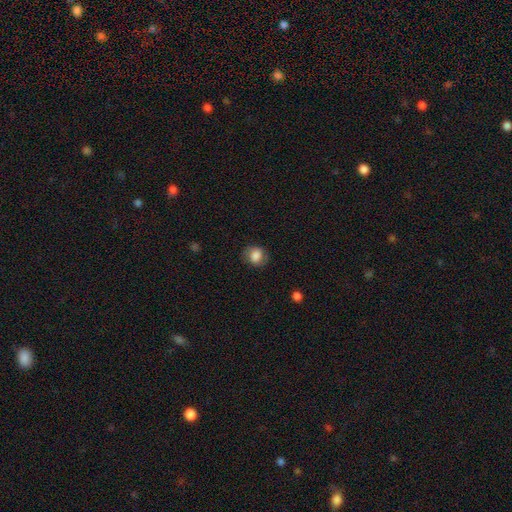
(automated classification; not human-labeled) Smooth or featured? Predicted: smooth (p=0.79). How rounded? Predicted: round (p=0.64). Merging? Predicted: none (p=0.76).